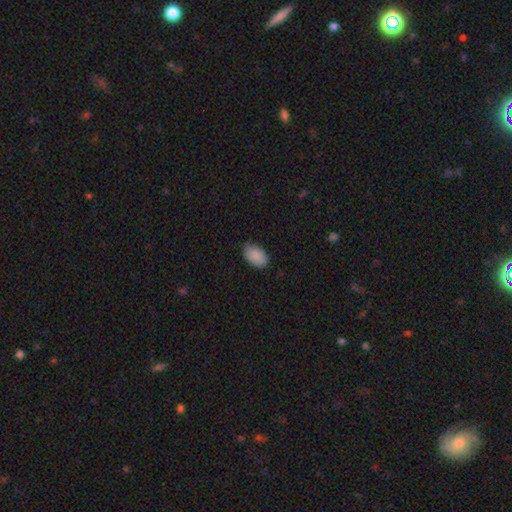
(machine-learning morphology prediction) Smooth or featured?
  - smooth: 90% *
  - star or artifact: 7%
  - featured or disk: 4%
How rounded?
  - in between: 93% *
  - round: 6%
  - cigar-shaped: 1%
Merging?
  - none: 82% *
  - minor disturbance: 15%
  - major disturbance: 2%
  - merger: 1%